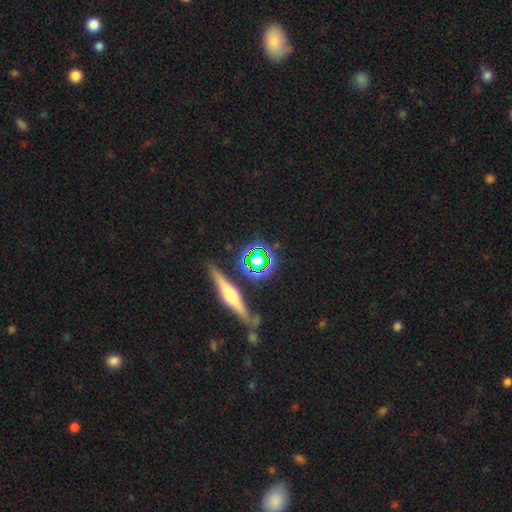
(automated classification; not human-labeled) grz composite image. It shows a star or artifact, not a galaxy (37%).